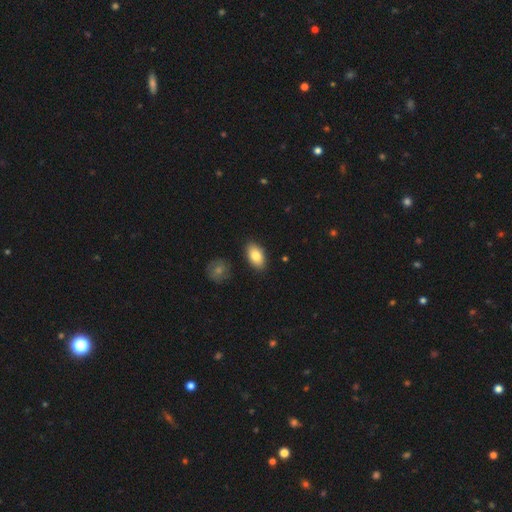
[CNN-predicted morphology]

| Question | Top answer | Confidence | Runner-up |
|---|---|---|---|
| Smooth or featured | smooth | 82% | featured or disk (11%) |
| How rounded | in between | 92% | round (5%) |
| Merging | none | 87% | minor disturbance (9%) |